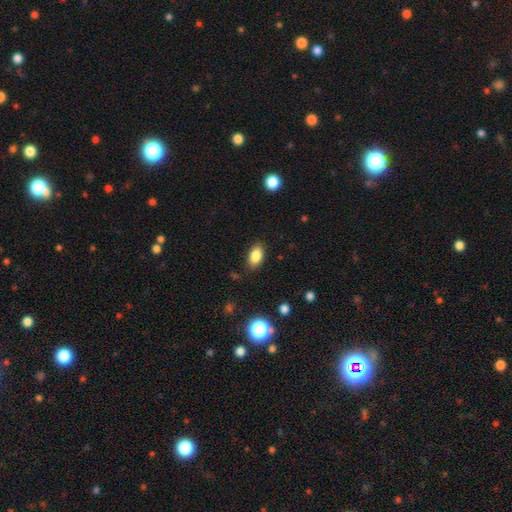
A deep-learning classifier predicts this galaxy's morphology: A smooth galaxy with no disk features (84%) that is in between round and cigar-shaped (90%). Merging: none (85%).